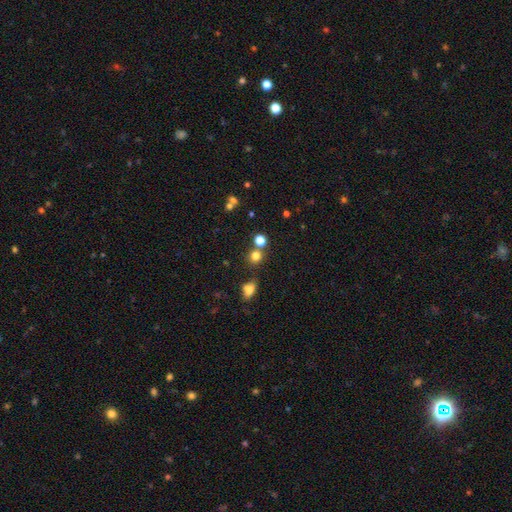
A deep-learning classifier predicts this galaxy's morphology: This appears to be a smooth galaxy with no disk features (74%) that is round (84%). Merging: none (68%).